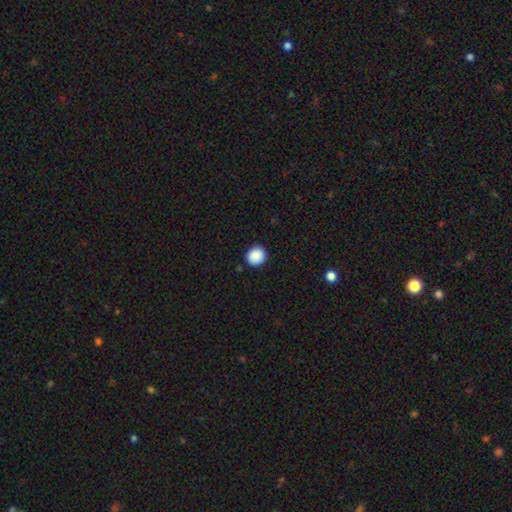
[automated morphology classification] Smooth or featured? smooth (89%)
How rounded? round (85%)
Merging? none (89%)